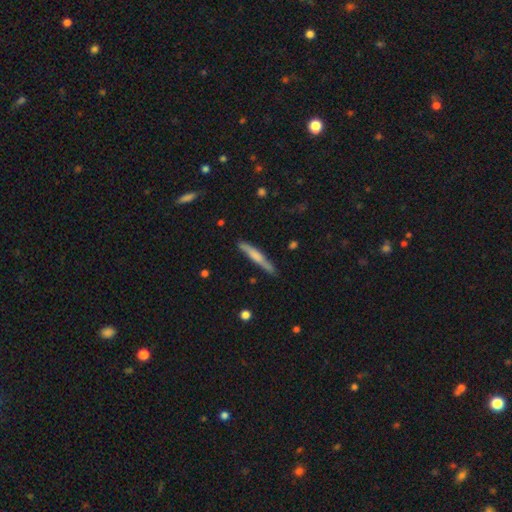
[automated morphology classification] A smooth galaxy with no disk features (55%) that is cigar-shaped (94%).

Vote fractions:
- Smooth or featured? smooth: 55% / featured or disk: 40% / star or artifact: 6%
- How rounded? cigar-shaped: 94% / in between: 4% / round: 1%
- Merging? none: 82% / minor disturbance: 14% / major disturbance: 2% / merger: 2%